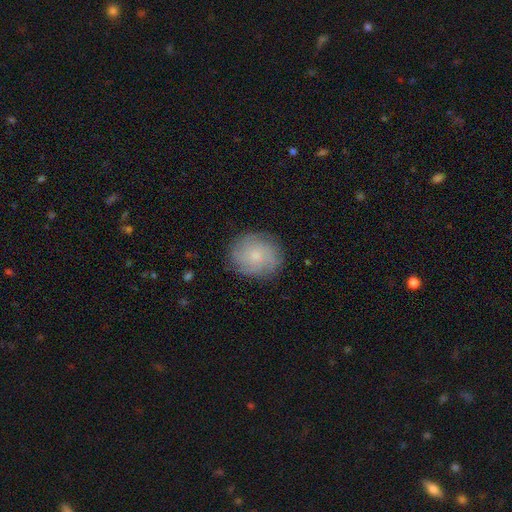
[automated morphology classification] type=featured or disk (46%); merging=none (82%).